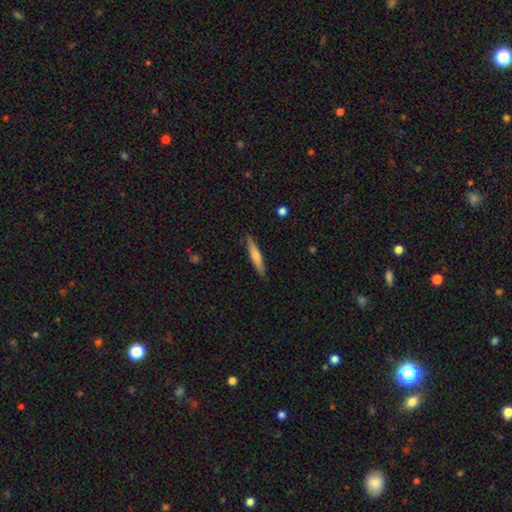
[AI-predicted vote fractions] Smooth or featured? Predicted: smooth (p=0.66). How rounded? Predicted: cigar-shaped (p=0.91). Merging? Predicted: none (p=0.89).